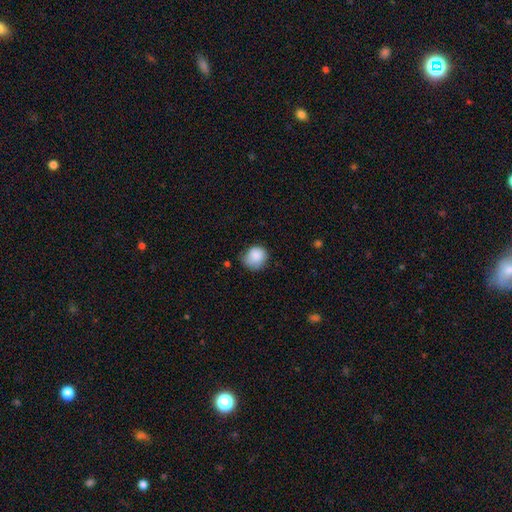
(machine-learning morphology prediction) This appears to be a smooth galaxy with no disk features (87%) that is round (81%). Merging: none (56%).